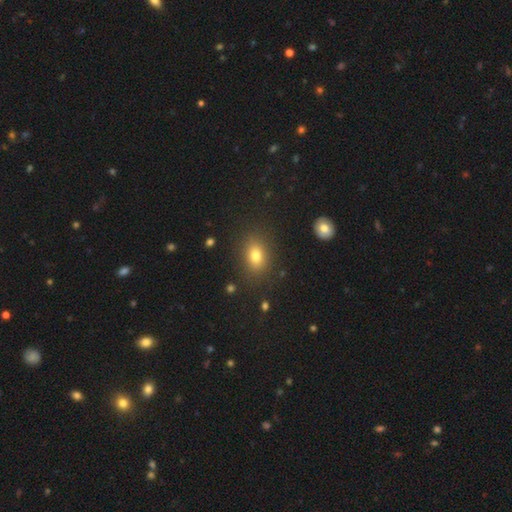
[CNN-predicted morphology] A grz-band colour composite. It shows a smooth galaxy with no disk features (78%) that is in between round and cigar-shaped (72%). Merging: none (84%).